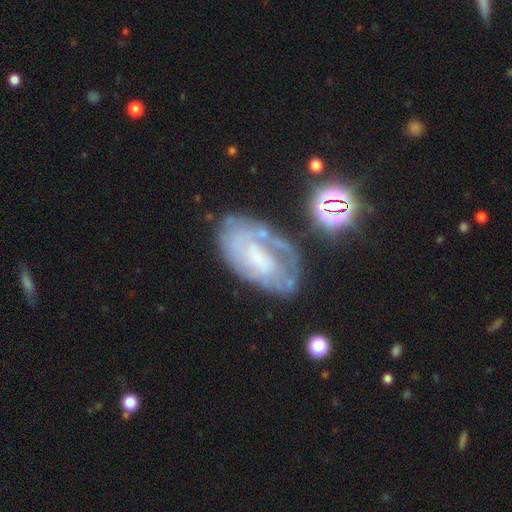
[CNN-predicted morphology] This appears to be a featured or disk galaxy (64%) with no bar (61%), spiral arms (62%) and no central bulge (36%). Merging: none (55%).